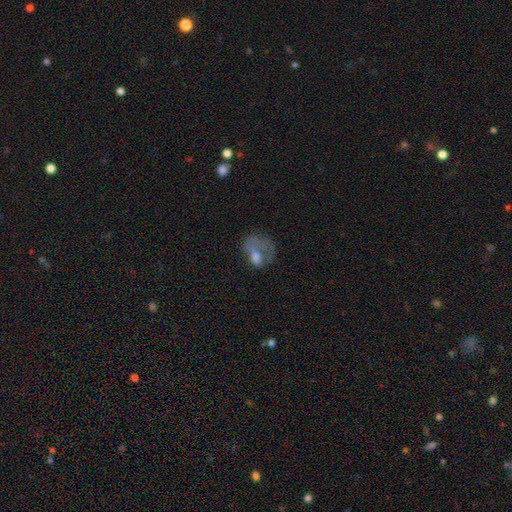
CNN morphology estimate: Smooth or featured? Predicted: smooth (p=0.44). Merging? Predicted: major disturbance (p=0.49).